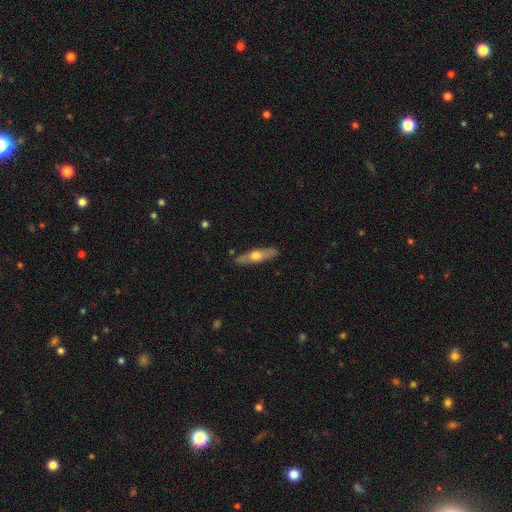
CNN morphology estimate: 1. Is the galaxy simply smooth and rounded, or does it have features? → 53% featured or disk, 42% smooth, 5% star or artifact.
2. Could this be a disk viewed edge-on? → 84% yes, 16% no.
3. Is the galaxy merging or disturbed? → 87% none, 9% minor disturbance, 2% major disturbance, 2% merger.